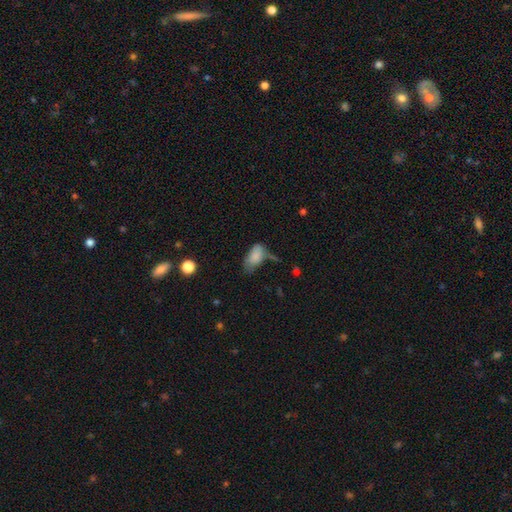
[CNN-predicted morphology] Smooth or featured? Predicted: smooth (p=0.81). How rounded? Predicted: in between (p=0.92). Merging? Predicted: none (p=0.39).